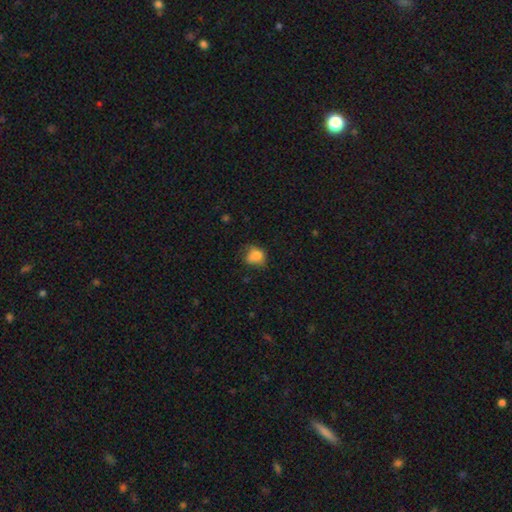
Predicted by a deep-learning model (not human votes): A smooth galaxy with no disk features (79%) that is in between round and cigar-shaped (53%). Merging: none (44%).